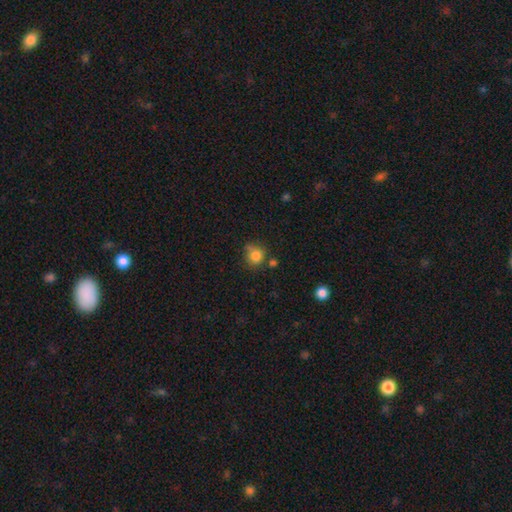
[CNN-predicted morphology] A smooth galaxy with no disk features (82%) that is round (83%). Merging: none (60%).